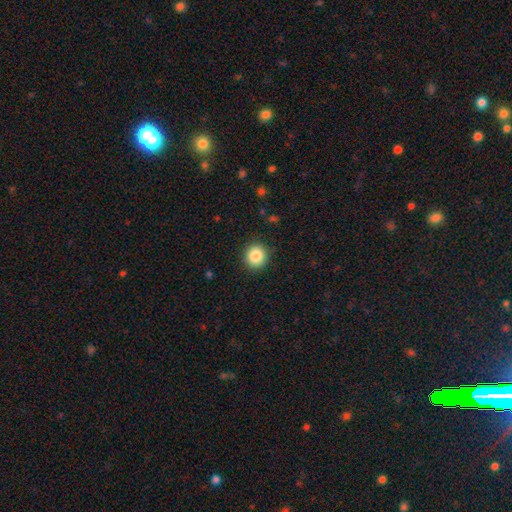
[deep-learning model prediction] Smooth or featured: smooth — 86% (star or artifact — 9%)
How rounded: round — 87% (in between — 12%)
Merging: none — 90% (minor disturbance — 7%)